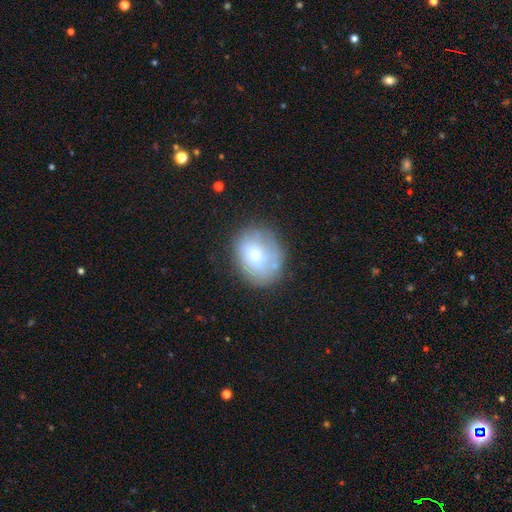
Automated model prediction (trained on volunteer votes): smooth_or_featured: smooth (p=0.71) [alt: featured or disk p=0.21]
how_rounded: in between (p=0.51) [alt: round p=0.48]
merging: none (p=0.64) [alt: minor disturbance p=0.22]